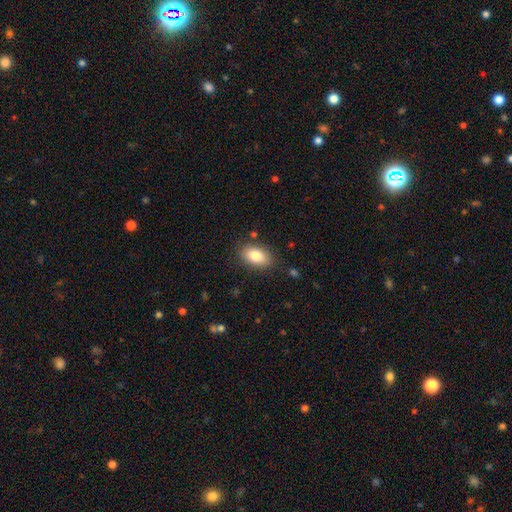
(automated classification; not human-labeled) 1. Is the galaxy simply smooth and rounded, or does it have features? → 82% smooth, 11% featured or disk, 8% star or artifact.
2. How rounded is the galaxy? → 90% in between, 8% round, 2% cigar-shaped.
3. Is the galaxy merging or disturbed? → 84% none, 11% minor disturbance, 3% major disturbance, 2% merger.